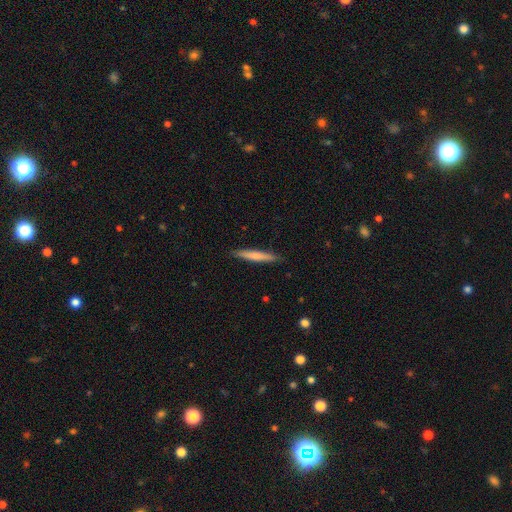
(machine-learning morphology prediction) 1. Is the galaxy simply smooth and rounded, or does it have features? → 68% smooth, 27% featured or disk, 5% star or artifact.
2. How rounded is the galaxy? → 95% cigar-shaped, 4% in between, 1% round.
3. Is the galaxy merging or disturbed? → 90% none, 8% minor disturbance, 1% major disturbance, 1% merger.